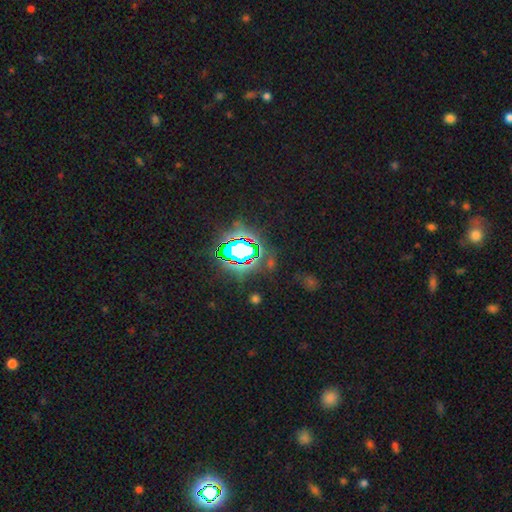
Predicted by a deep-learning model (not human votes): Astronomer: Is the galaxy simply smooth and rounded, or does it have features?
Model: star or artifact — 80%.